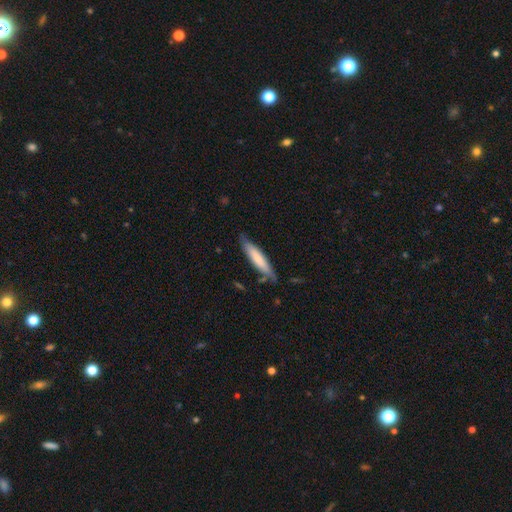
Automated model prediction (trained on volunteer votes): This appears to be a smooth galaxy with no disk features (68%) that is cigar-shaped (87%). Merging: none (78%).